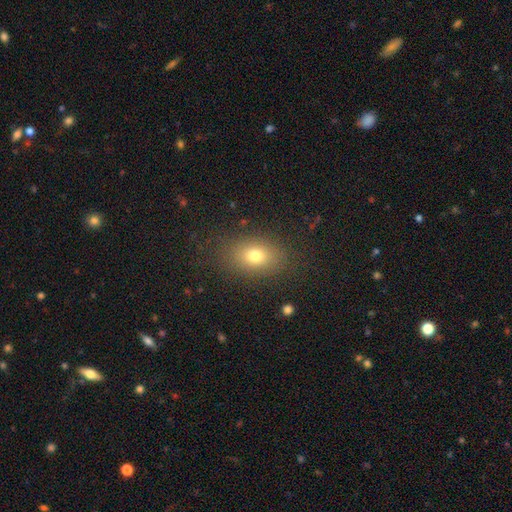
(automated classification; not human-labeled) A smooth galaxy with no disk features (75%) that is in between round and cigar-shaped (75%). Merging: none (83%).